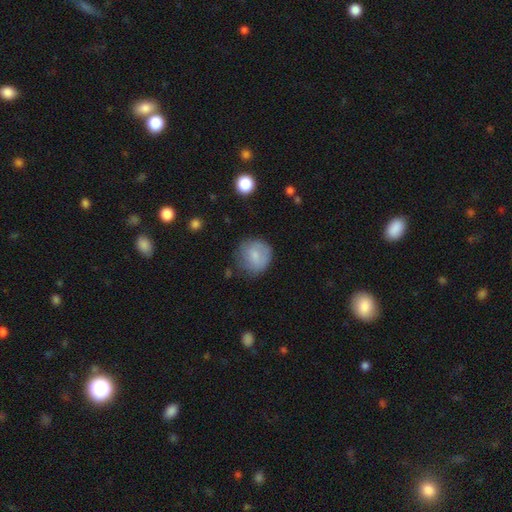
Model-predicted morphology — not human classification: The model was most divided on "merging": none: 68%, minor disturbance: 22%, major disturbance: 8%, merger: 2%. More confident: how rounded — round (88%); smooth or featured — smooth (75%).